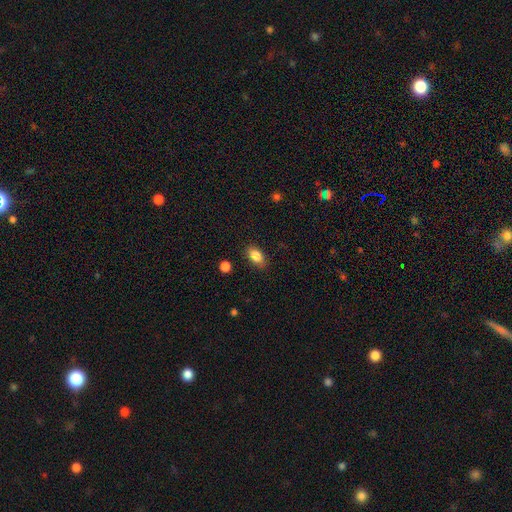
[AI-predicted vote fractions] Smooth or featured?
  - smooth: 86% *
  - star or artifact: 8%
  - featured or disk: 6%
How rounded?
  - in between: 87% *
  - round: 11%
  - cigar-shaped: 3%
Merging?
  - none: 83% *
  - minor disturbance: 13%
  - major disturbance: 3%
  - merger: 1%